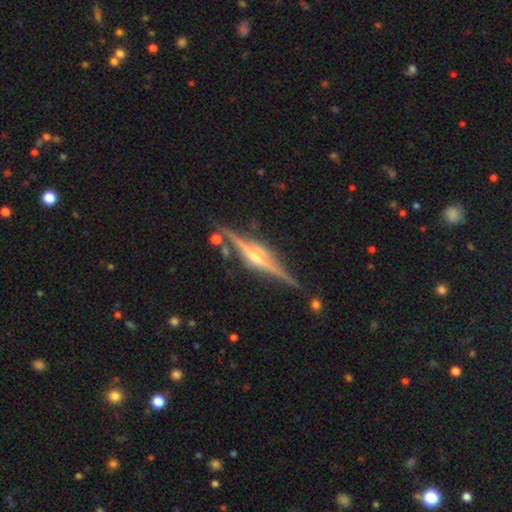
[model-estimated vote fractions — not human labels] Morphology: type=featured or disk (87%); edge-on=yes (98%); edge-on bulge=rounded (87%); merging=none (85%).